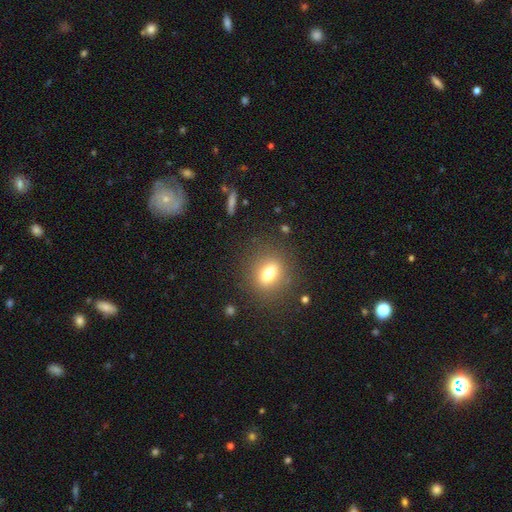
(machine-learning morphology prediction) smooth_or_featured: smooth (p=0.61) [alt: star or artifact p=0.27]
how_rounded: round (p=0.69) [alt: in between p=0.29]
merging: none (p=0.88) [alt: minor disturbance p=0.07]